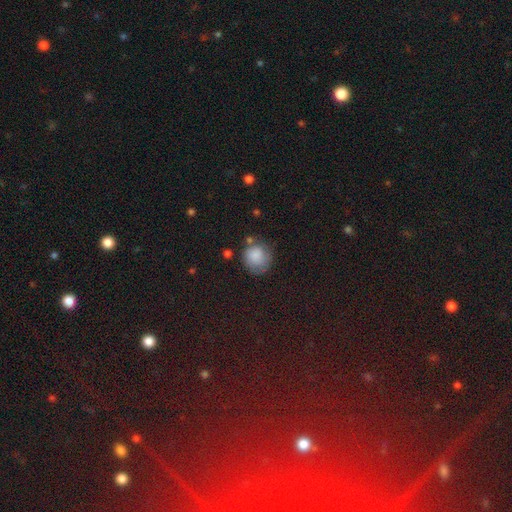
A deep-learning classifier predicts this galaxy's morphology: Smooth or featured: smooth — 79% (featured or disk — 12%)
How rounded: round — 85% (in between — 14%)
Merging: none — 60% (minor disturbance — 25%)